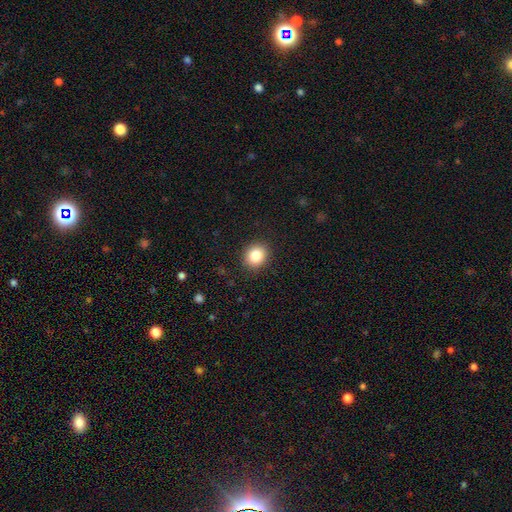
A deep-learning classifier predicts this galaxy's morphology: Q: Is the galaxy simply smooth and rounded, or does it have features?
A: smooth — 85%.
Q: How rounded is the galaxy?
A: round — 76%.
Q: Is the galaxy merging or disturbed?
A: none — 90%.